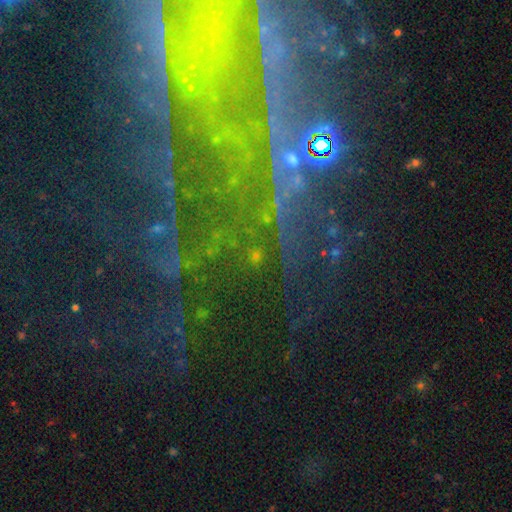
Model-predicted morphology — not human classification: The model was most divided on "smooth or featured": star or artifact: 71%, smooth: 19%, featured or disk: 10%.